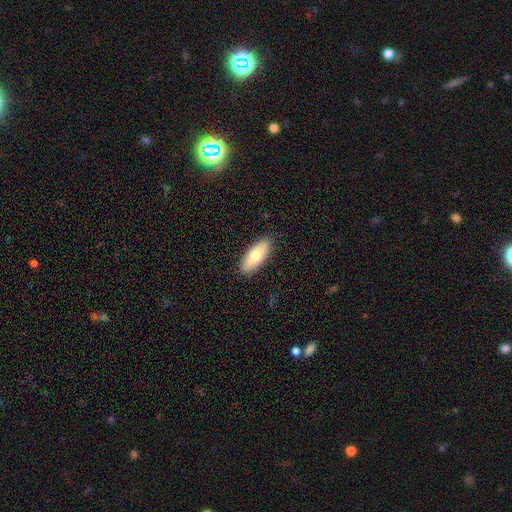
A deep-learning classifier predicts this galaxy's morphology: type=smooth (76%); roundness=in between (76%); merging=none (88%).